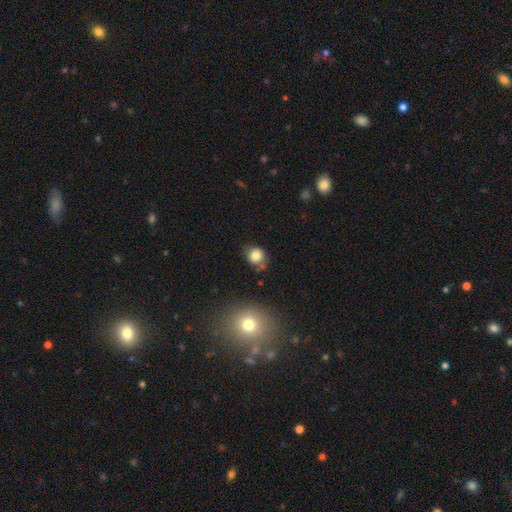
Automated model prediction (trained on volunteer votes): The model was most divided on "merging": none: 62%, minor disturbance: 24%, merger: 7%, major disturbance: 6%. More confident: smooth or featured — smooth (82%); how rounded — round (75%).